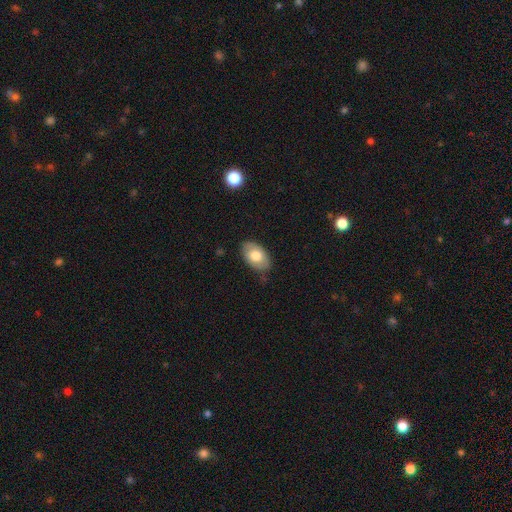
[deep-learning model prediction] A smooth galaxy with no disk features (73%) that is in between round and cigar-shaped (93%). Merging: none (79%).